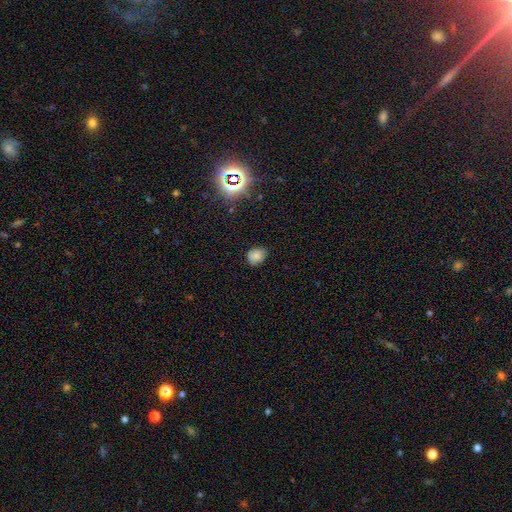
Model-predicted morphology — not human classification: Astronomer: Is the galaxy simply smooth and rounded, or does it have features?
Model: smooth — 78%.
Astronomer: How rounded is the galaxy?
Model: round — 56% (runner-up: in between, 43%).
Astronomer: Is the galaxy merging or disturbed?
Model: none — 76%.